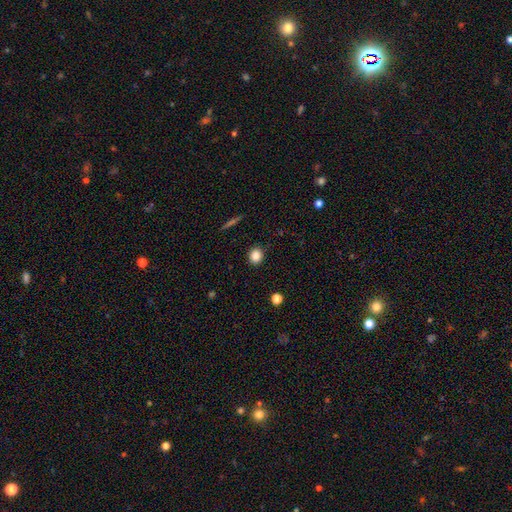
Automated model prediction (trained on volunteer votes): smooth-or-featured: smooth: 85% | star or artifact: 10% | featured or disk: 5%
  how-rounded: round: 73% | in between: 25% | cigar-shaped: 1%
  merging: none: 90% | minor disturbance: 7% | major disturbance: 2% | merger: 1%